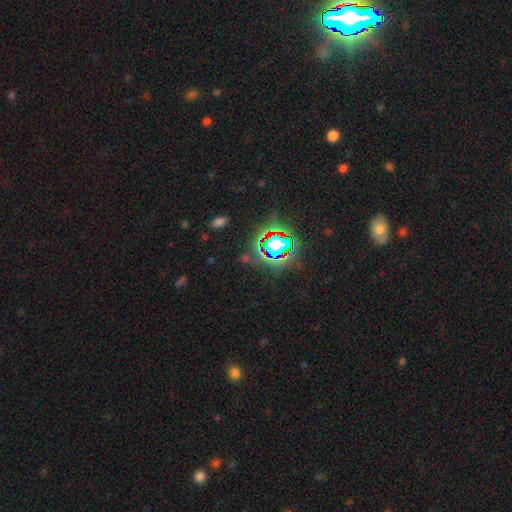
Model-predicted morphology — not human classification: Smooth or featured? star or artifact (82%)